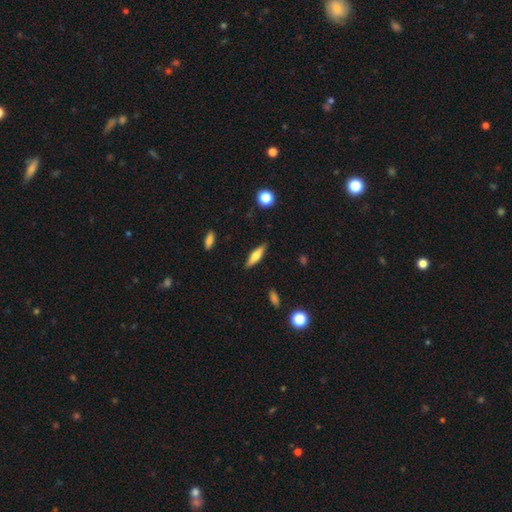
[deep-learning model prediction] The model was most divided on "smooth or featured": smooth: 57%, featured or disk: 36%, star or artifact: 7%. More confident: merging — none (86%); how rounded — cigar-shaped (63%).